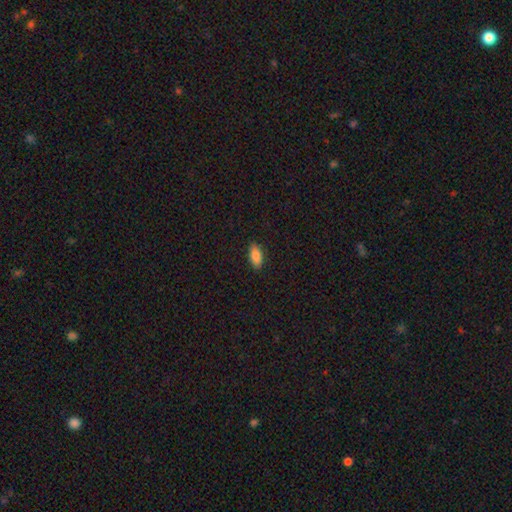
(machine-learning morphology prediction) Smooth or featured? Predicted: smooth (p=0.85). How rounded? Predicted: in between (p=0.88). Merging? Predicted: none (p=0.88).